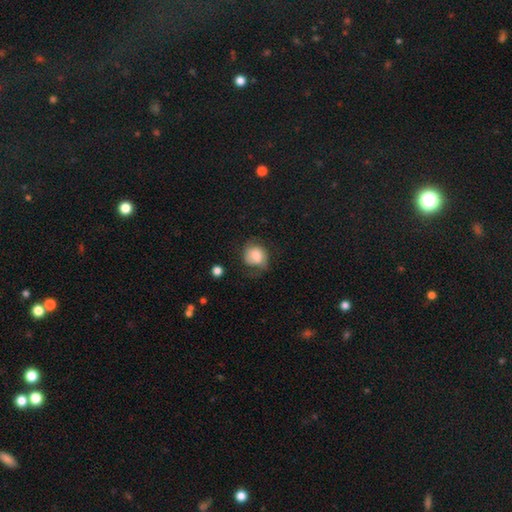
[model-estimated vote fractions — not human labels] A smooth galaxy with no disk features (63%) that is round (70%). Merging: none (51%).